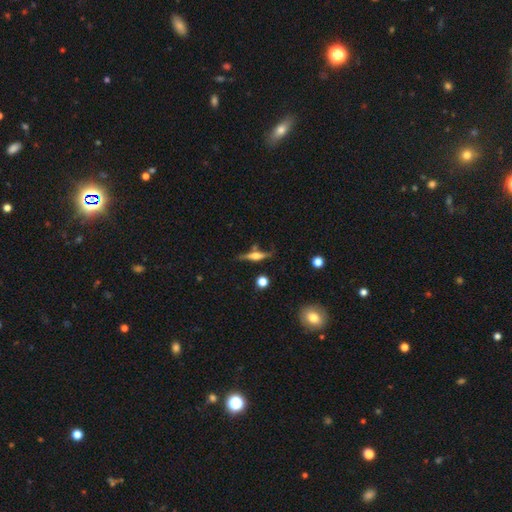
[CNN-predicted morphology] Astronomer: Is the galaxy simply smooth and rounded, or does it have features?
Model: featured or disk — 69%.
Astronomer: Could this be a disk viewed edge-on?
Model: yes — 94%.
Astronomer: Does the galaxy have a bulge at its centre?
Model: rounded — 87%.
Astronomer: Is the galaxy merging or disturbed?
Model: none — 71%.